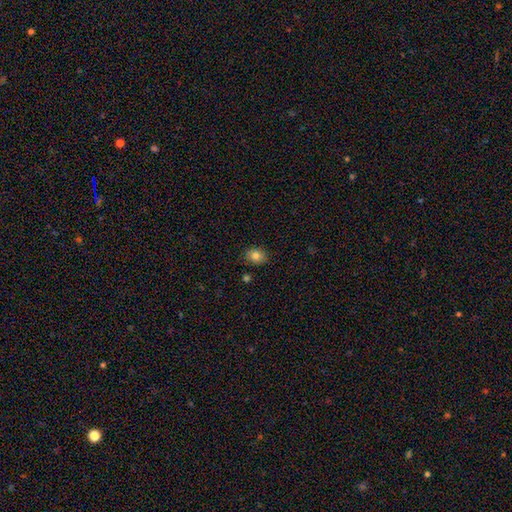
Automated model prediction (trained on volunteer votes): This appears to be a smooth galaxy with no disk features (81%) that is in between round and cigar-shaped (55%). Merging: none (87%).